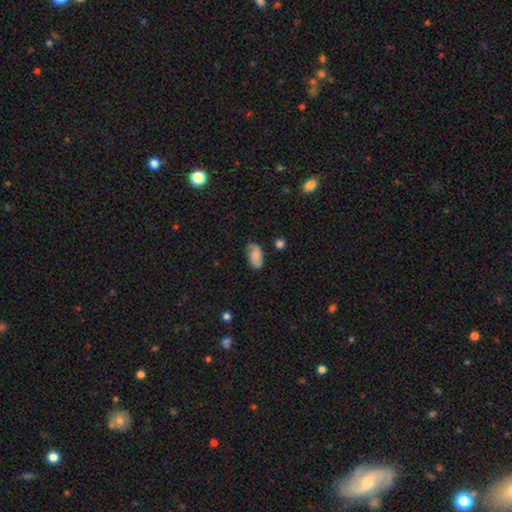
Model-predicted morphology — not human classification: Smooth or featured? smooth (70%)
How rounded? in between (93%)
Merging? none (67%)